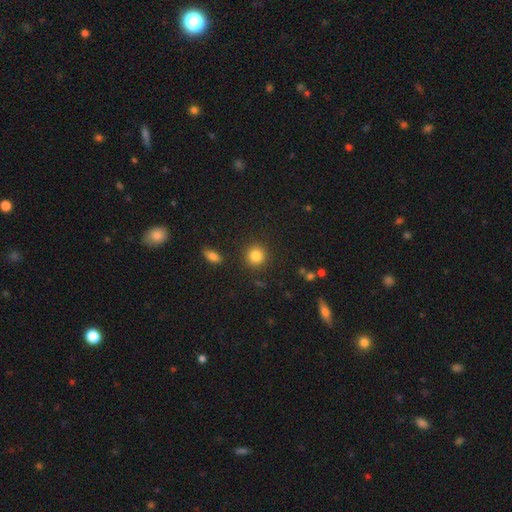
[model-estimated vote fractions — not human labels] Morphology: type=smooth (84%); roundness=round (91%); merging=none (89%).